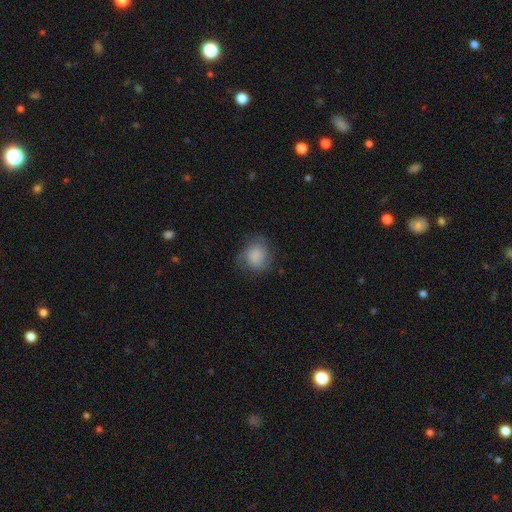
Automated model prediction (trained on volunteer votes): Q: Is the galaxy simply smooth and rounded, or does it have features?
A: smooth — 74%.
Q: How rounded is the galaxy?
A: round — 80%.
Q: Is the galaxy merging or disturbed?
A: none — 64%.